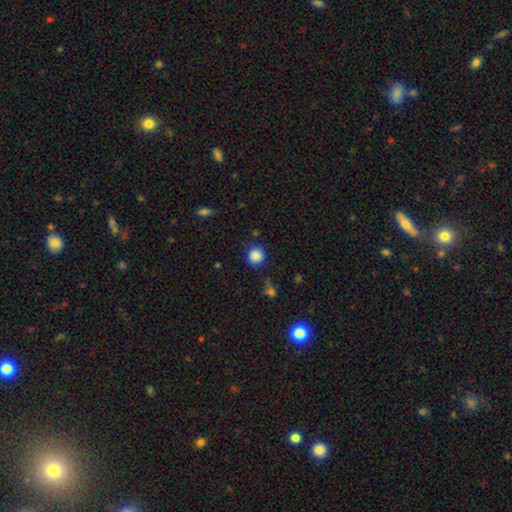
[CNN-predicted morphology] Smooth or featured: smooth — 86% (star or artifact — 10%)
How rounded: round — 87% (in between — 12%)
Merging: none — 76% (minor disturbance — 16%)